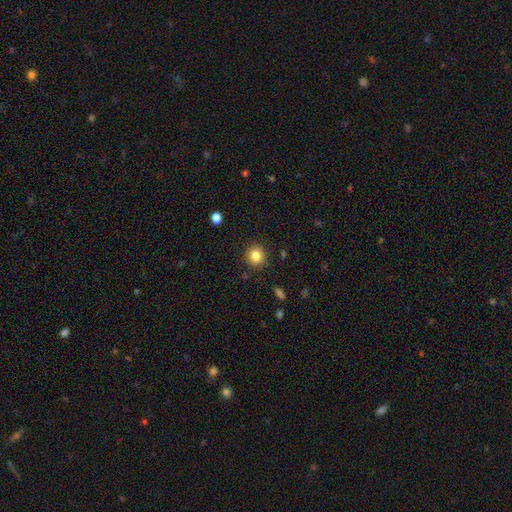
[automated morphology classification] Smooth or featured?
  - smooth: 84% *
  - star or artifact: 11%
  - featured or disk: 5%
How rounded?
  - round: 86% *
  - in between: 13%
  - cigar-shaped: 1%
Merging?
  - none: 89% *
  - minor disturbance: 7%
  - major disturbance: 2%
  - merger: 1%